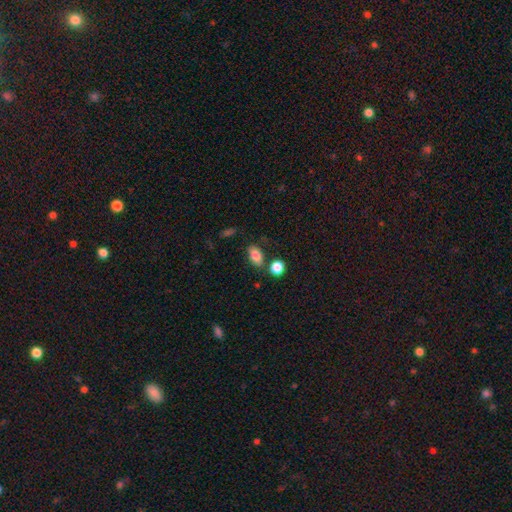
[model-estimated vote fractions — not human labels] smooth_or_featured: smooth (p=0.86) [alt: star or artifact p=0.09]
how_rounded: in between (p=0.87) [alt: round p=0.10]
merging: none (p=0.75) [alt: minor disturbance p=0.12]